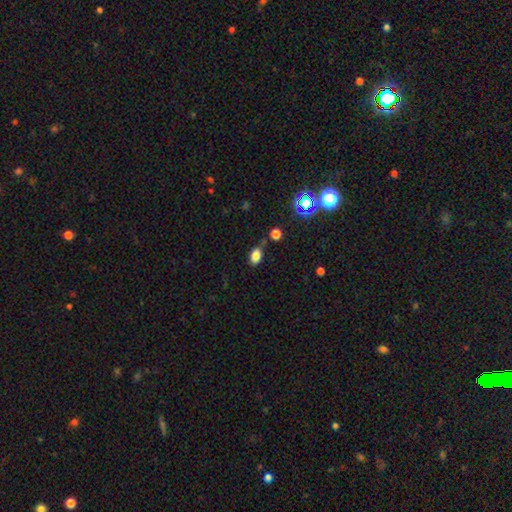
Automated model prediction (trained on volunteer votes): A smooth galaxy with no disk features (81%) that is in between round and cigar-shaped (85%).

Vote fractions:
- Smooth or featured? smooth: 81% / star or artifact: 14% / featured or disk: 6%
- How rounded? in between: 85% / round: 13% / cigar-shaped: 2%
- Merging? none: 72% / minor disturbance: 17% / merger: 7% / major disturbance: 4%